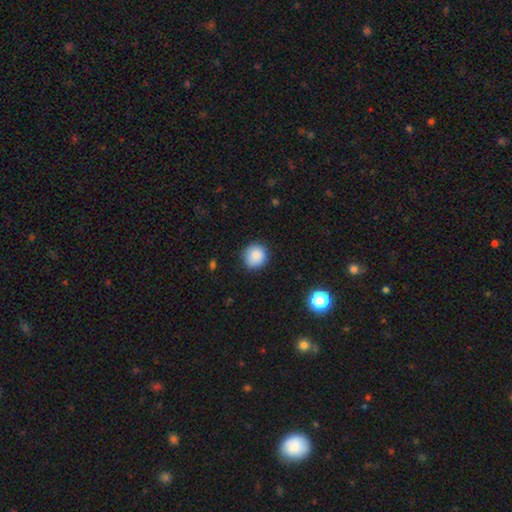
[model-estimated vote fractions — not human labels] A smooth galaxy with no disk features (87%) that is round (93%). Merging: none (88%).